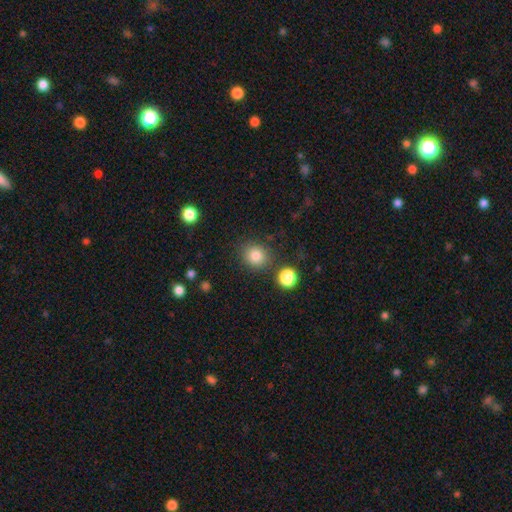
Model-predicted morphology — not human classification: type=smooth (83%); roundness=round (84%); merging=none (83%).